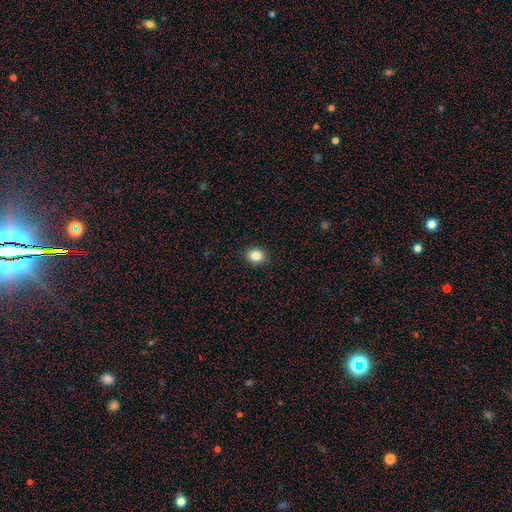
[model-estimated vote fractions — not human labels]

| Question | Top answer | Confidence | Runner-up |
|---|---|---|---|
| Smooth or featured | smooth | 84% | star or artifact (10%) |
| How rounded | round | 54% | in between (45%) |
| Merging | none | 90% | minor disturbance (7%) |